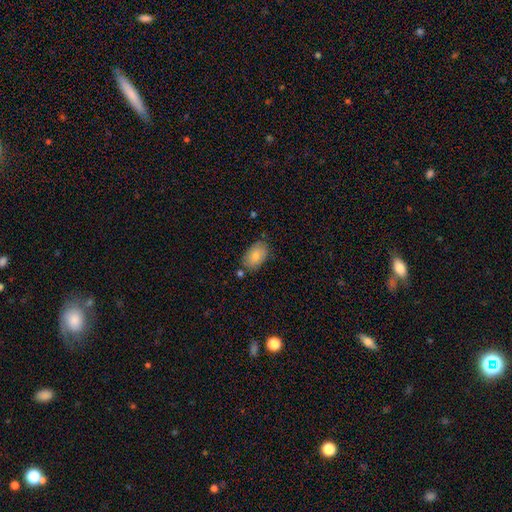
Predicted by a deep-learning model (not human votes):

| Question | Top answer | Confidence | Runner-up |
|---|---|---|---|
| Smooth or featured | smooth | 82% | featured or disk (11%) |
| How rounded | in between | 91% | round (7%) |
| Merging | none | 75% | minor disturbance (16%) |